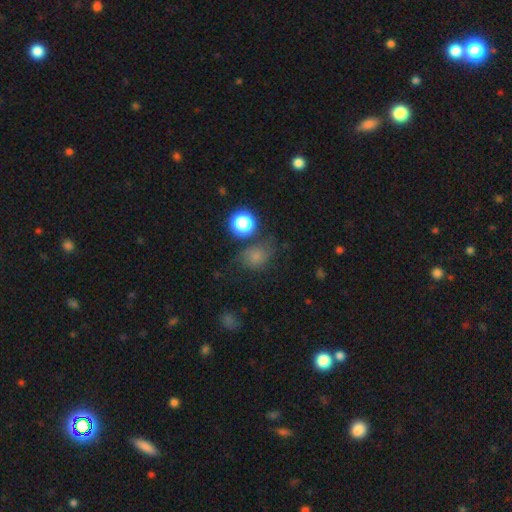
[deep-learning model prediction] Smooth or featured? smooth (66%)
How rounded? round (58%)
Merging? none (57%)